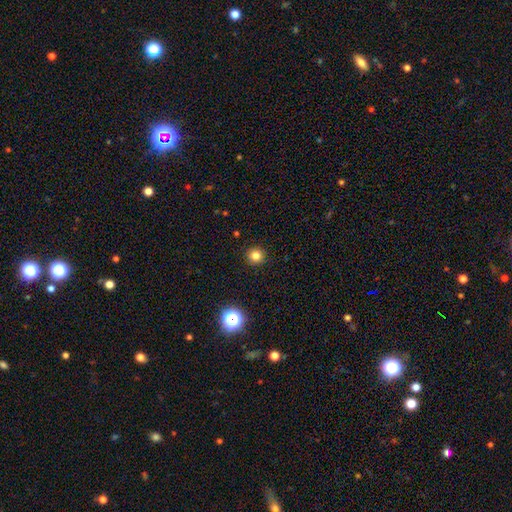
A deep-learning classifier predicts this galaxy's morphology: smooth-or-featured: smooth: 81% | star or artifact: 14% | featured or disk: 5%
  how-rounded: round: 94% | in between: 5% | cigar-shaped: 1%
  merging: none: 92% | minor disturbance: 5% | major disturbance: 2% | merger: 1%